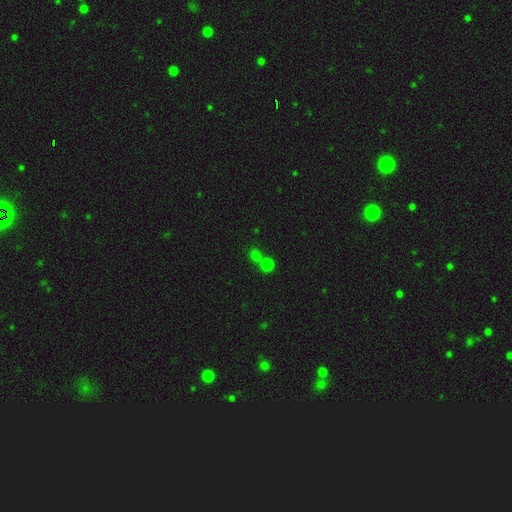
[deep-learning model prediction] This is likely a smooth galaxy (71%). How rounded: clearly round (90%). Merging: possibly none (58%).